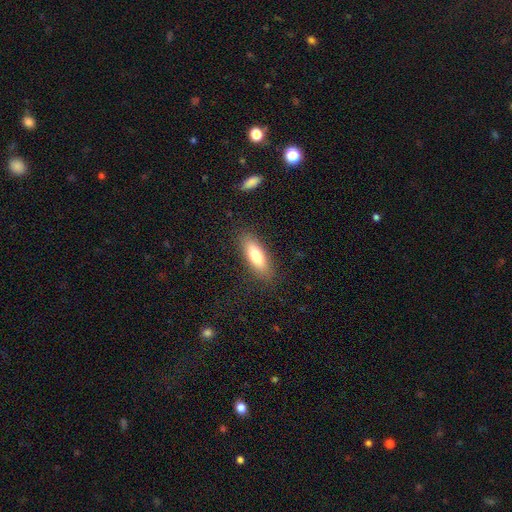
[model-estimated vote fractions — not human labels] A smooth galaxy with no disk features (75%) that is in between round and cigar-shaped (63%). Merging: none (86%).